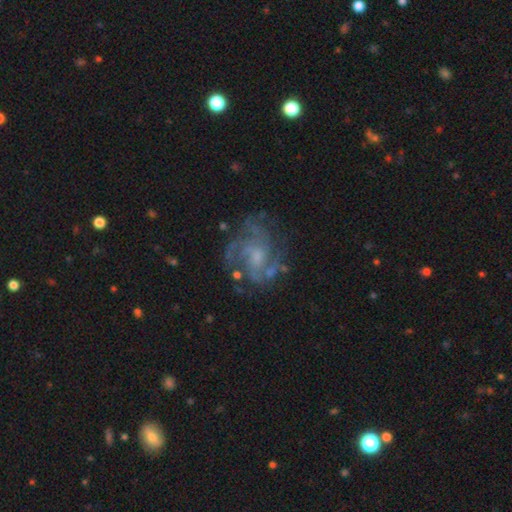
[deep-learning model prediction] Smooth or featured? featured or disk (81%)
Edge-on disk? no (98%)
Bar? no (63%)
Spiral arms? yes (88%)
Spiral winding? medium (48%)
Spiral arm count? can't tell (28%)
Bulge size? small (43%)
Merging? none (65%)